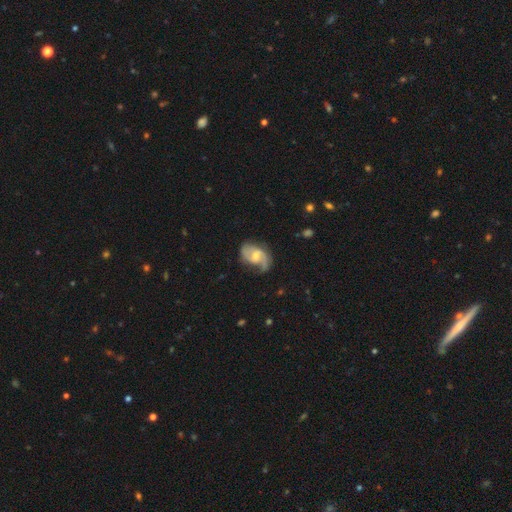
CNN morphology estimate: Overall: featured or disk (81%). Edge-on disk: no (97%). Bar: weak (48%; no 42%). Spiral arms: yes (95%). Spiral arm count: 2 (80%). Spiral winding: medium (47%; loose 34%). Bulge size: moderate (49%; small 42%). Merging: none (63%; minor disturbance 24%).